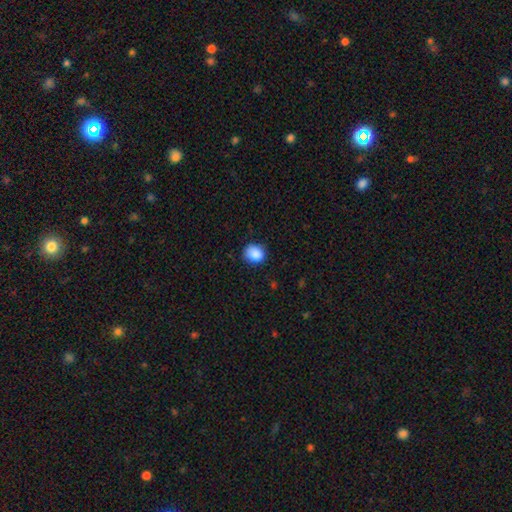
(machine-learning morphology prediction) Smooth or featured? smooth (87%)
How rounded? round (68%)
Merging? none (77%)